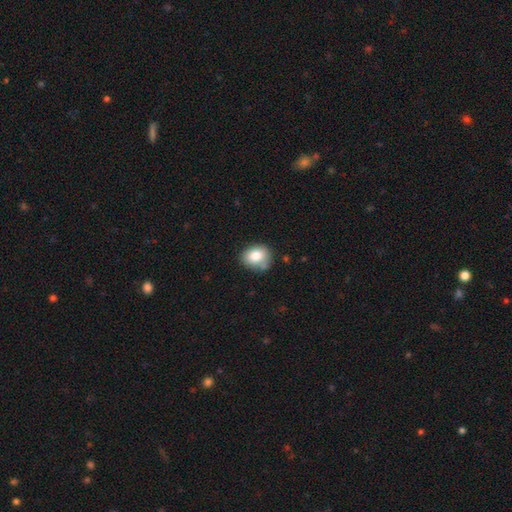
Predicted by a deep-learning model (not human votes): Smooth or featured: smooth — 81% (featured or disk — 10%)
How rounded: round — 52% (in between — 47%)
Merging: none — 66% (minor disturbance — 23%)